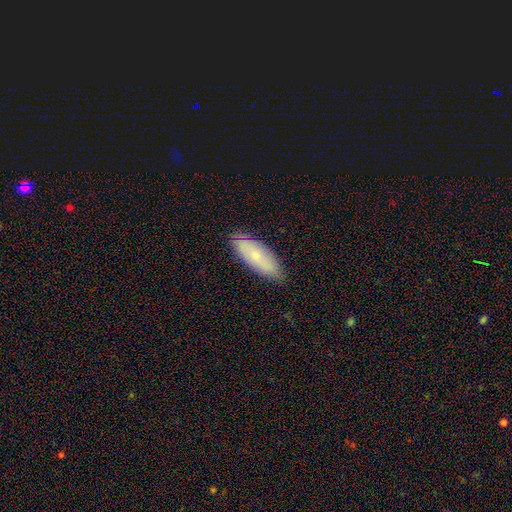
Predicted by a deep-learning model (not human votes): smooth_or_featured: smooth (p=0.63) [alt: featured or disk p=0.30]
how_rounded: in between (p=0.72) [alt: cigar-shaped p=0.26]
merging: none (p=0.83) [alt: minor disturbance p=0.14]